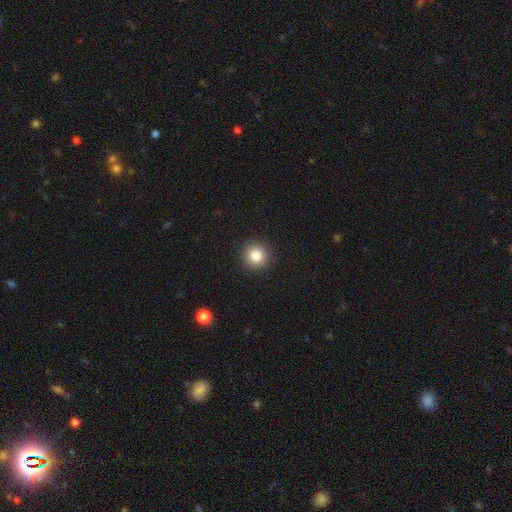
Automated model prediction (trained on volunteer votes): A smooth galaxy with no disk features (84%) that is round (94%).

Vote fractions:
- Smooth or featured? smooth: 84% / star or artifact: 10% / featured or disk: 6%
- How rounded? round: 94% / in between: 5% / cigar-shaped: 1%
- Merging? none: 92% / minor disturbance: 5% / major disturbance: 2% / merger: 1%